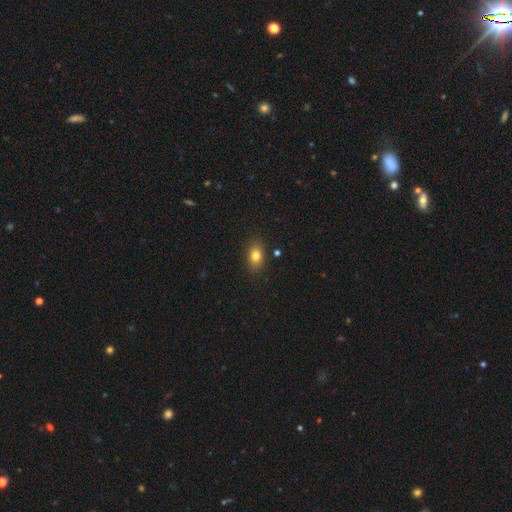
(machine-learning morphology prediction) Q: Smooth or featured?
A: smooth (81%); runner-up: star or artifact (11%)
Q: How rounded?
A: in between (76%); runner-up: round (22%)
Q: Merging?
A: none (85%); runner-up: minor disturbance (10%)